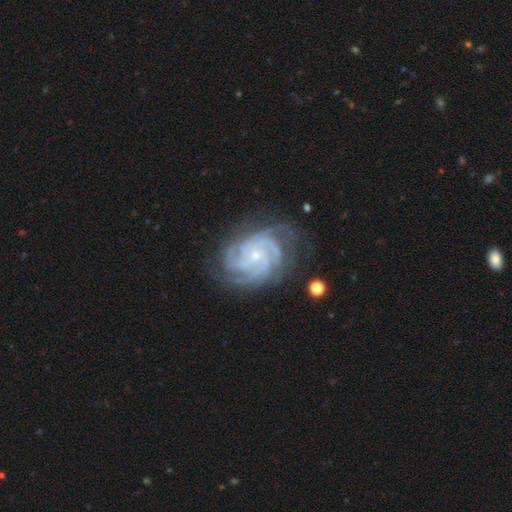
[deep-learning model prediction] A featured or disk galaxy (91%) with no bar (74%), 4 (38%) tight (74%) spiral arms (98%) and a small central bulge (77%).

Vote fractions:
- Smooth or featured? featured or disk: 91% / star or artifact: 5% / smooth: 4%
- Edge-on disk? no: 98% / yes: 2%
- Bar? no: 74% / weak: 21% / strong: 6%
- Spiral arms? yes: 98% / no: 2%
- Spiral winding? tight: 74% / medium: 23% / loose: 3%
- Spiral arm count? 4: 38% / 3: 18% / more than 4: 15% / can't tell: 14% / 2: 8% / 1: 6%
- Bulge size? small: 77% / moderate: 18% / none: 2% / large: 1% / dominant: 1%
- Merging? none: 75% / minor disturbance: 17% / major disturbance: 6% / merger: 1%